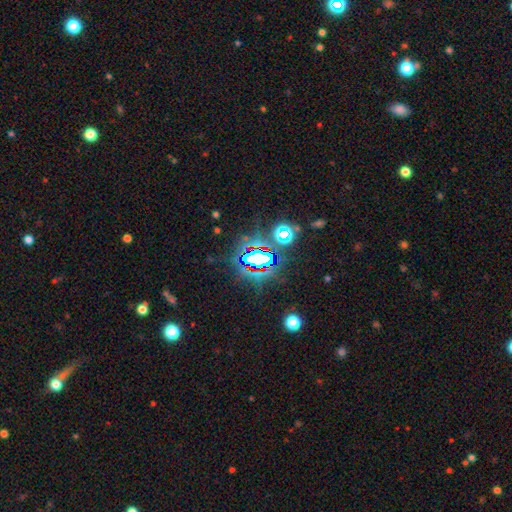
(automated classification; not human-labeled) star or artifact 75%, smooth 13%, featured or disk 12%.